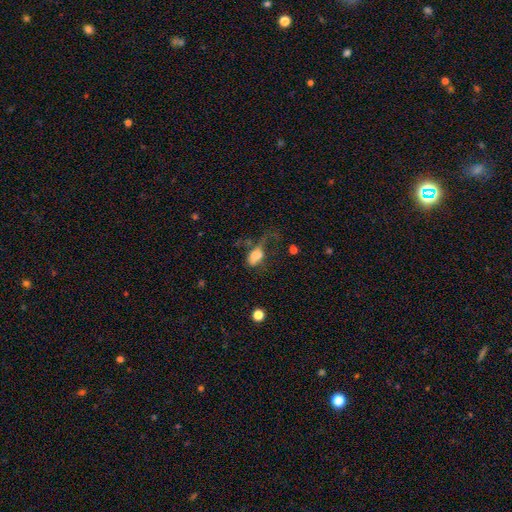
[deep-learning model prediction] smooth_or_featured: smooth (p=0.69) [alt: featured or disk p=0.20]
how_rounded: in between (p=0.87) [alt: round p=0.09]
merging: major disturbance (p=0.52) [alt: none p=0.20]